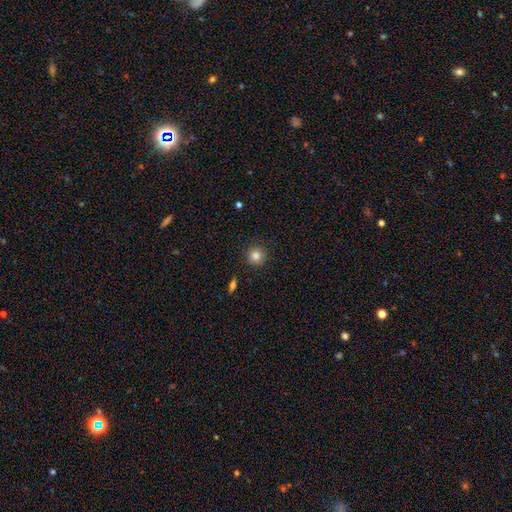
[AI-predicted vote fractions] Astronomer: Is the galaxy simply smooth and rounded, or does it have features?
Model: smooth — 84%.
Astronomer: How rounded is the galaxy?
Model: round — 94%.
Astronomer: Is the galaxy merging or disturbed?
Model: none — 91%.